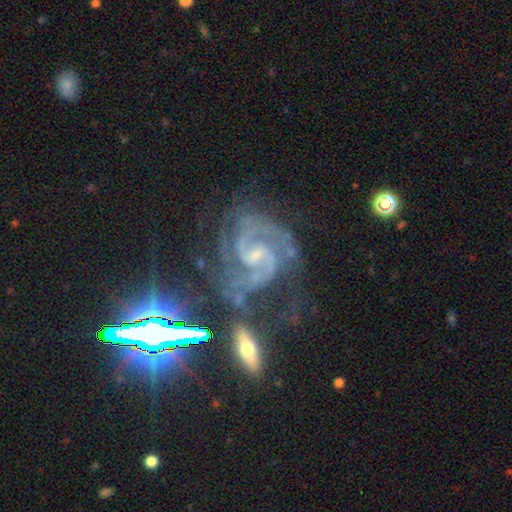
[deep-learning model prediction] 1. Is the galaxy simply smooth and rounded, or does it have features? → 89% featured or disk, 8% star or artifact, 3% smooth.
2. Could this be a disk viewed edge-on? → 98% no, 2% yes.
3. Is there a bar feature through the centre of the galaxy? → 47% weak, 34% no, 19% strong.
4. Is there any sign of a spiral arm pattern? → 98% yes, 2% no.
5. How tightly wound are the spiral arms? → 54% medium, 36% tight, 10% loose.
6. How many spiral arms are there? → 81% 2, 9% 3, 4% can't tell, 2% 4, 2% 1, 2% more than 4.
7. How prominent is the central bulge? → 71% small, 19% moderate, 8% none, 1% large, 1% dominant.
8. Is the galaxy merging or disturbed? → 55% none, 21% minor disturbance, 15% major disturbance, 9% merger.